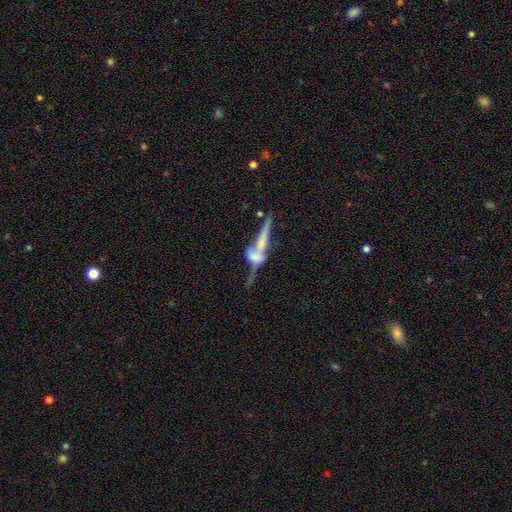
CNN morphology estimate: Smooth or featured?
  - featured or disk: 60% *
  - smooth: 29%
  - star or artifact: 12%
Edge-on disk?
  - yes: 60% *
  - no: 40%
Merging?
  - merger: 61% *
  - none: 19%
  - major disturbance: 12%
  - minor disturbance: 8%